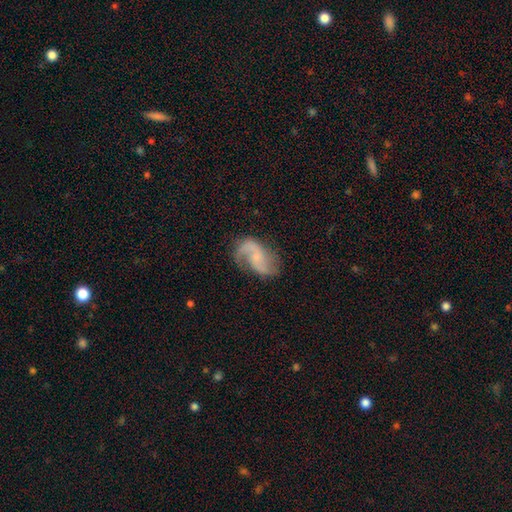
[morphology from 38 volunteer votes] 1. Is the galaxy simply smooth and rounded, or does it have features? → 87% featured or disk, 11% smooth, 3% star or artifact.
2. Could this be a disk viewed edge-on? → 100% no, 0% yes.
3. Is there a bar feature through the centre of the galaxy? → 67% no, 27% weak, 6% strong.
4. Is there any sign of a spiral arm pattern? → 100% yes, 0% no.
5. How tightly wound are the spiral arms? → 64% loose, 33% medium, 3% tight.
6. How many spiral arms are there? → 91% 2, 6% 1, 3% more than 4, 0% 3, 0% 4, 0% can't tell.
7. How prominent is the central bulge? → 48% small, 24% moderate, 24% none, 3% large, 0% dominant.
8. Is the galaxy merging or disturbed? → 59% none, 22% minor disturbance, 16% major disturbance, 3% merger.